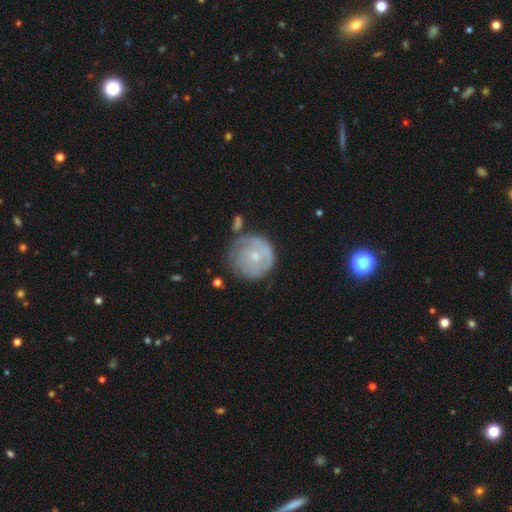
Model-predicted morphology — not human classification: smooth_or_featured: featured or disk (p=0.57) [alt: smooth p=0.37]
disk_edge_on: no (p=0.97) [alt: yes p=0.03]
bar: no (p=0.82) [alt: weak p=0.15]
has_spiral_arms: yes (p=0.66) [alt: no p=0.34]
bulge_size: small (p=0.64) [alt: moderate p=0.32]
merging: none (p=0.60) [alt: minor disturbance p=0.25]